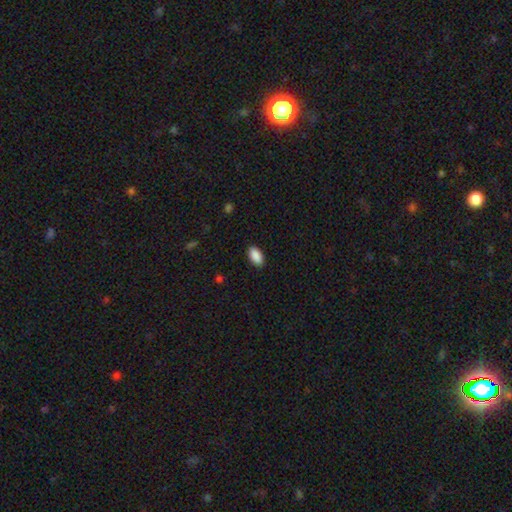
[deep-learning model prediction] Smooth or featured? Predicted: smooth (p=0.90). How rounded? Predicted: in between (p=0.94). Merging? Predicted: none (p=0.89).